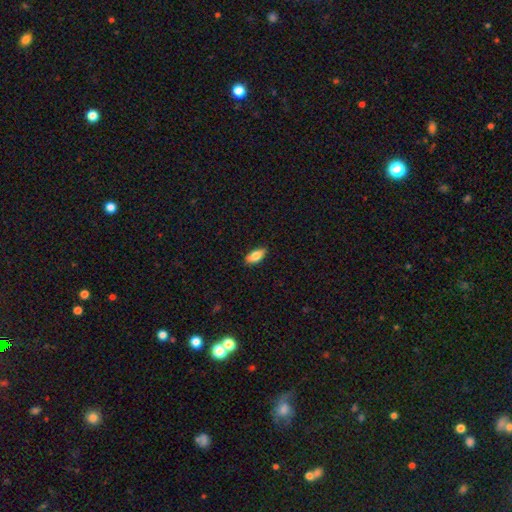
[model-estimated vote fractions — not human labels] smooth_or_featured: smooth (p=0.81) [alt: featured or disk p=0.12]
how_rounded: in between (p=0.85) [alt: cigar-shaped p=0.12]
merging: none (p=0.87) [alt: minor disturbance p=0.10]